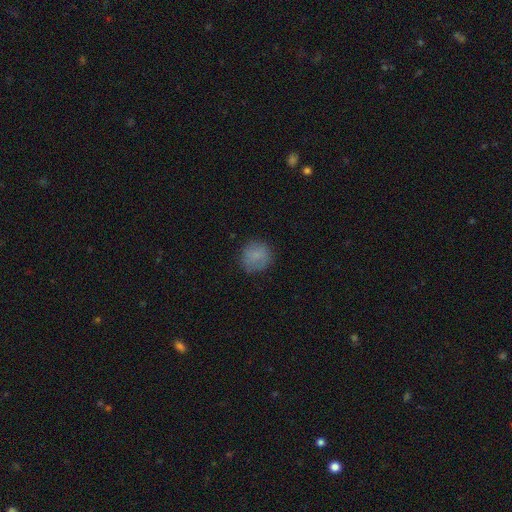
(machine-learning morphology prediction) Smooth or featured: smooth — 81% (featured or disk — 10%)
How rounded: round — 89% (in between — 10%)
Merging: none — 82% (minor disturbance — 13%)